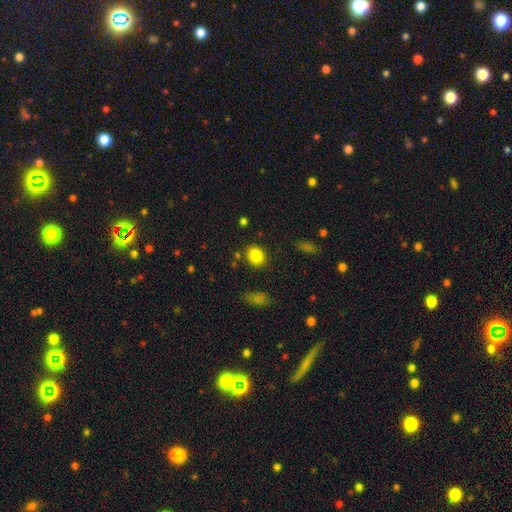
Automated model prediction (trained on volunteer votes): Smooth or featured? smooth (85%)
How rounded? round (66%)
Merging? none (83%)